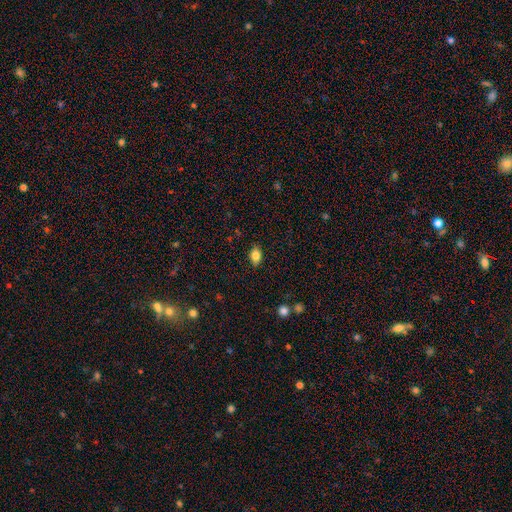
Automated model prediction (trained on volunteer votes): smooth_or_featured: smooth (p=0.80) [alt: featured or disk p=0.11]
how_rounded: in between (p=0.83) [alt: round p=0.14]
merging: none (p=0.86) [alt: minor disturbance p=0.11]